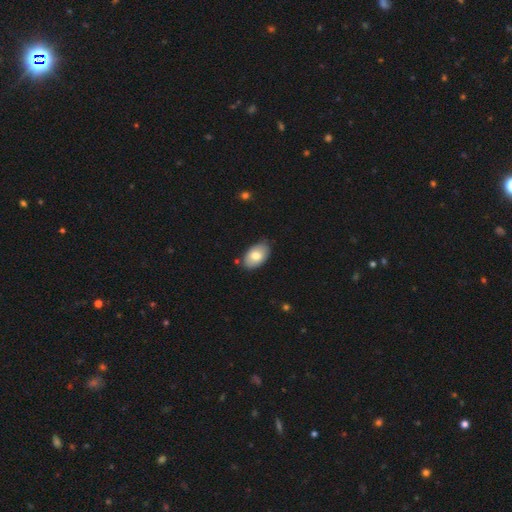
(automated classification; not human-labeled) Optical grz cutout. It shows a smooth galaxy with no disk features (77%) that is in between round and cigar-shaped (93%). Merging: none (80%).